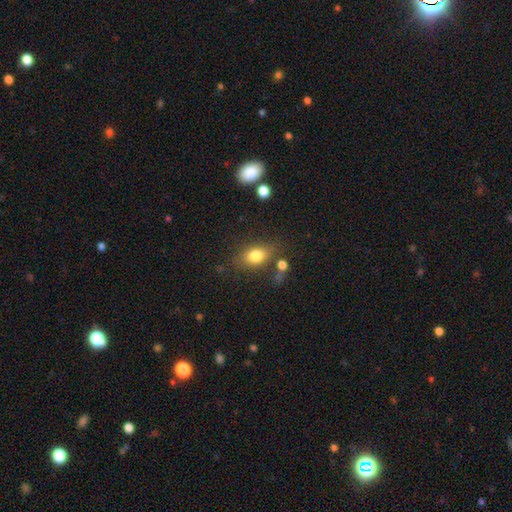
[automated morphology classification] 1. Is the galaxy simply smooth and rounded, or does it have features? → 79% smooth, 11% featured or disk, 10% star or artifact.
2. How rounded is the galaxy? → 74% in between, 22% round, 3% cigar-shaped.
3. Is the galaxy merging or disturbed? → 68% none, 16% minor disturbance, 9% merger, 7% major disturbance.